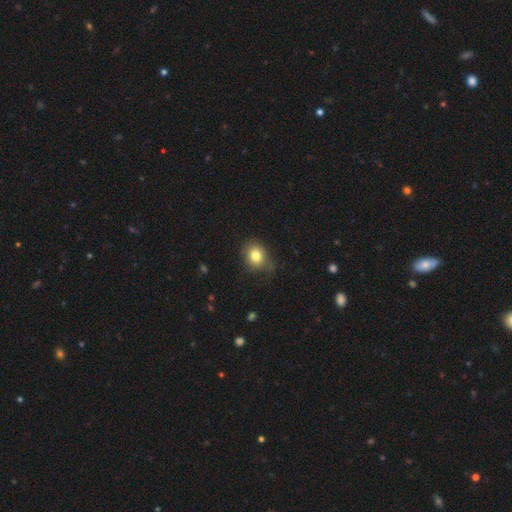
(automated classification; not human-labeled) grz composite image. It shows a smooth galaxy with no disk features (81%) that is round (62%). Merging: none (69%).